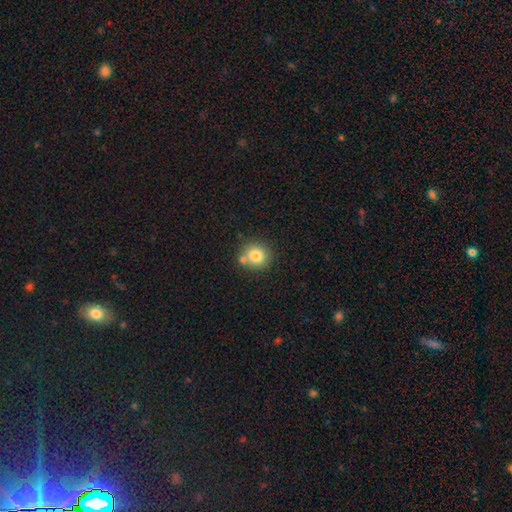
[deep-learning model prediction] smooth_or_featured: smooth (p=0.80) [alt: star or artifact p=0.11]
how_rounded: round (p=0.88) [alt: in between p=0.11]
merging: none (p=0.68) [alt: merger p=0.19]